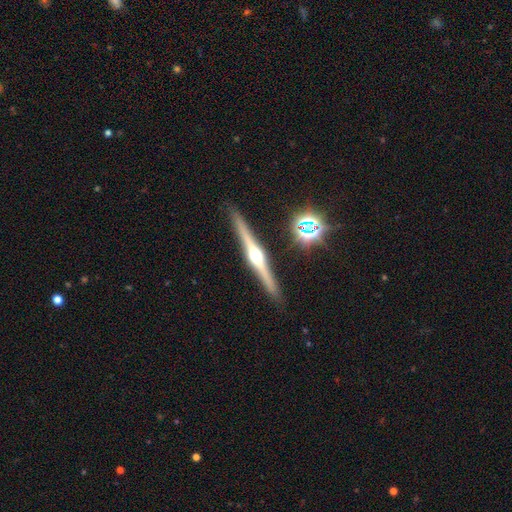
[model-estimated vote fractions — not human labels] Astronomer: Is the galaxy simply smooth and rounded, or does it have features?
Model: featured or disk — 81%.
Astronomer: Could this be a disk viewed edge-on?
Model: yes — 98%.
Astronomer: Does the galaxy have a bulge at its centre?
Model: rounded — 95%.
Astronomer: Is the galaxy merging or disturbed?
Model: none — 91%.